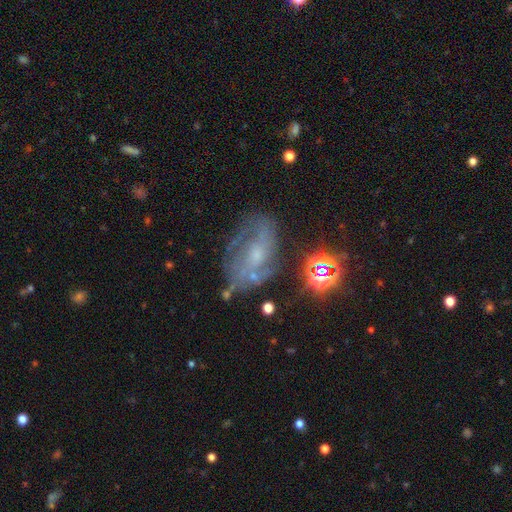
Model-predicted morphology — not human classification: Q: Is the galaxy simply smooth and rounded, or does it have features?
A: featured or disk — 66%.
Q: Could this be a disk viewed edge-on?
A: no — 95%.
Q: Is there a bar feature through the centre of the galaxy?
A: no — 59%.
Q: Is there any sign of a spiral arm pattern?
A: yes — 74%.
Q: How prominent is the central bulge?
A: small — 57%.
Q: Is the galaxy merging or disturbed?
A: none — 57%.